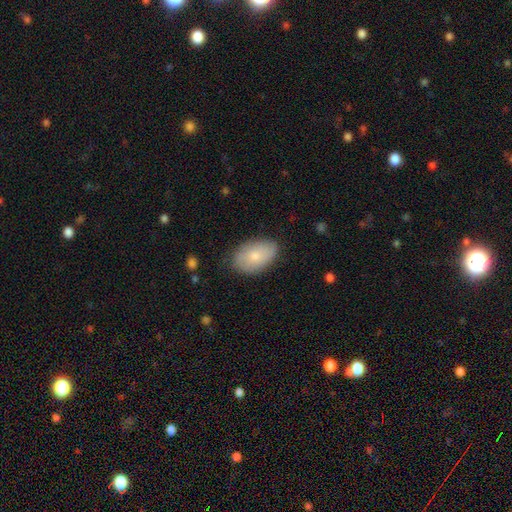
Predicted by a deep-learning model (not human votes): Smooth or featured? smooth (73%)
How rounded? in between (92%)
Merging? none (79%)